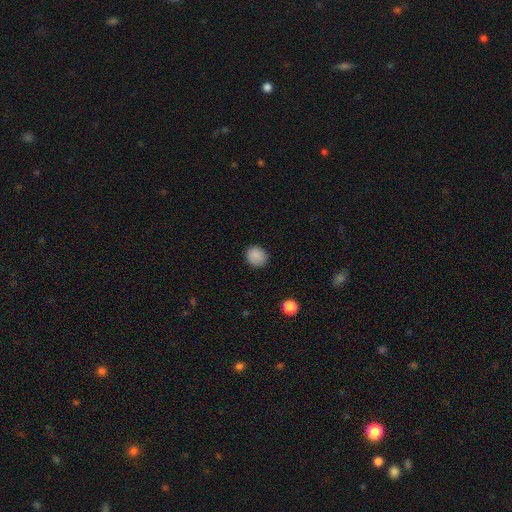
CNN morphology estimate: The model was most divided on "how rounded": round: 76%, in between: 24%, cigar-shaped: 1%. More confident: smooth or featured — smooth (88%); merging — none (87%).